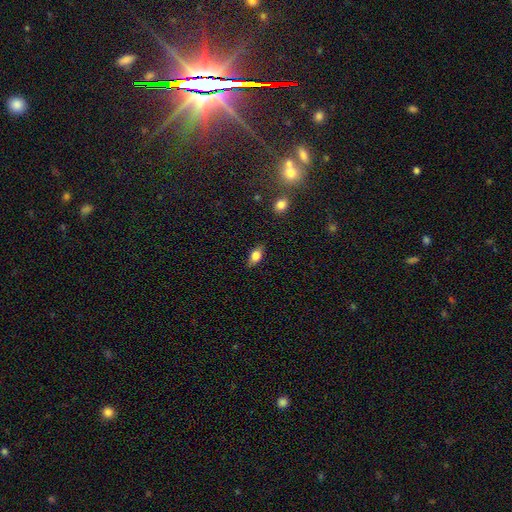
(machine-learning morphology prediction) smooth 76%, featured or disk 16%, star or artifact 8%. Down the decision tree: how rounded — in between (85%); merging — none (84%).